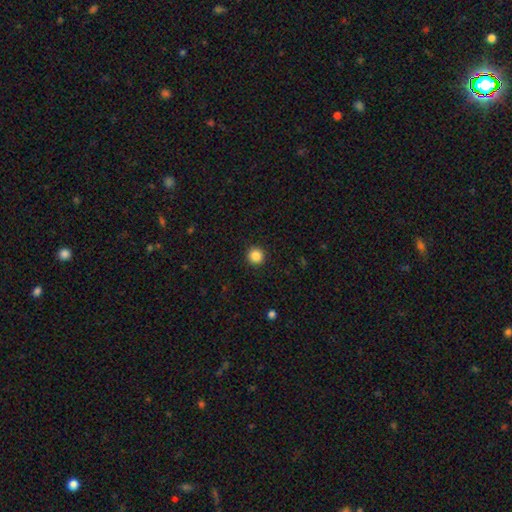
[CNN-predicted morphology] This is clearly a smooth galaxy (86%). How rounded: clearly round (96%). Merging: clearly none (93%).